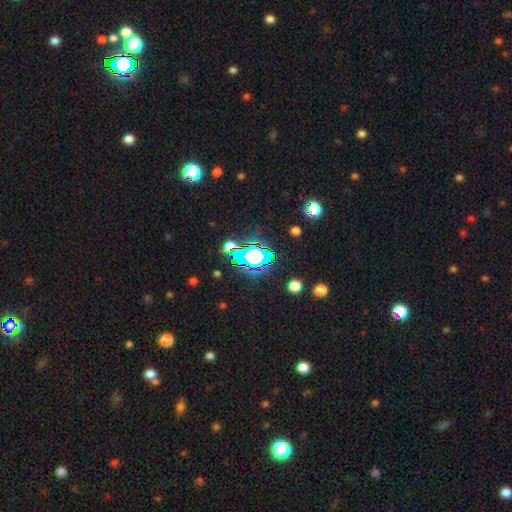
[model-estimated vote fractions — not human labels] This appears to be a star or artifact, not a galaxy (62%).